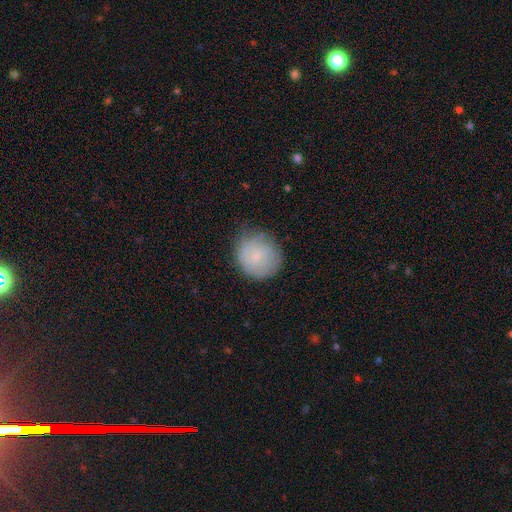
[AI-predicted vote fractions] smooth_or_featured: smooth (p=0.73) [alt: featured or disk p=0.19]
how_rounded: round (p=0.87) [alt: in between p=0.12]
merging: none (p=0.64) [alt: minor disturbance p=0.27]